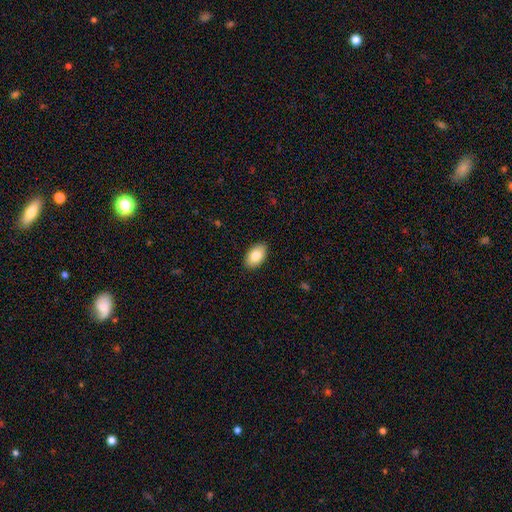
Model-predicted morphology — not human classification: This appears to be a smooth galaxy with no disk features (84%) that is in between round and cigar-shaped (94%). Merging: none (89%).